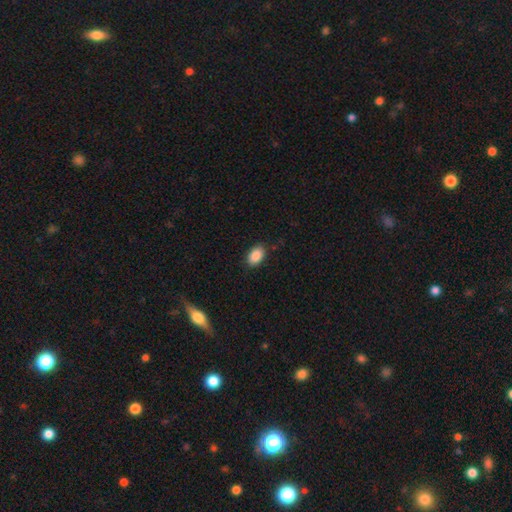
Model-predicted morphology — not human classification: The model was most divided on "merging": none: 86%, minor disturbance: 11%, major disturbance: 2%, merger: 1%. More confident: smooth or featured — smooth (89%); how rounded — in between (88%).